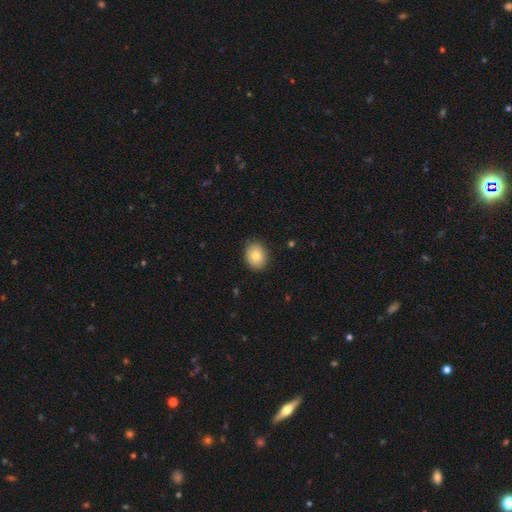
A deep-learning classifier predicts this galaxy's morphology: A smooth galaxy with no disk features (81%) that is round (51%).

Vote fractions:
- Smooth or featured? smooth: 81% / featured or disk: 11% / star or artifact: 8%
- How rounded? round: 51% / in between: 48% / cigar-shaped: 1%
- Merging? none: 86% / minor disturbance: 10% / major disturbance: 2% / merger: 1%